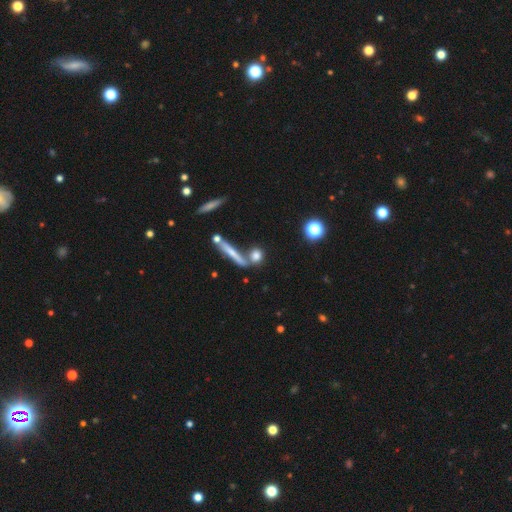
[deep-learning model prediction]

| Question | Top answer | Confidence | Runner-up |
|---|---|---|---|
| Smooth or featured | smooth | 71% | featured or disk (16%) |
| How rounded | round | 54% | cigar-shaped (27%) |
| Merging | none | 60% | merger (25%) |